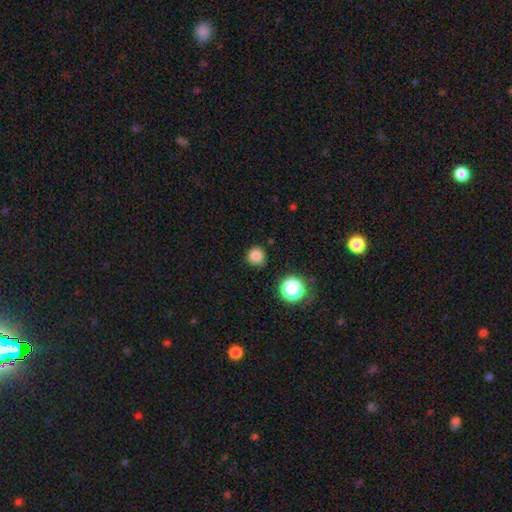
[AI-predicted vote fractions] A smooth galaxy with no disk features (82%) that is round (93%).

Vote fractions:
- Smooth or featured? smooth: 82% / star or artifact: 13% / featured or disk: 5%
- How rounded? round: 93% / in between: 6% / cigar-shaped: 1%
- Merging? none: 85% / minor disturbance: 10% / major disturbance: 3% / merger: 2%